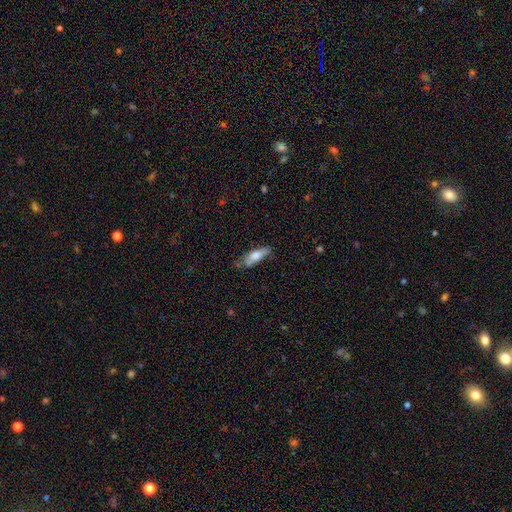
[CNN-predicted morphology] Smooth or featured? Predicted: smooth (p=0.68). How rounded? Predicted: cigar-shaped (p=0.54). Merging? Predicted: none (p=0.56).